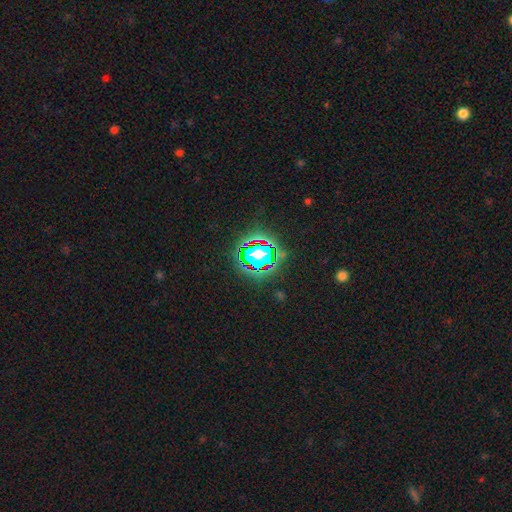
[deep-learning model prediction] smooth_or_featured: star or artifact (p=0.57) [alt: smooth p=0.26]